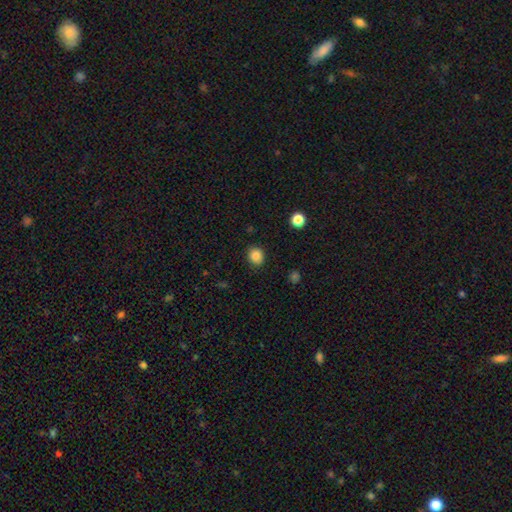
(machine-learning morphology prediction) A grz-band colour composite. It shows a smooth galaxy with no disk features (85%) that is round (77%). Merging: none (88%).